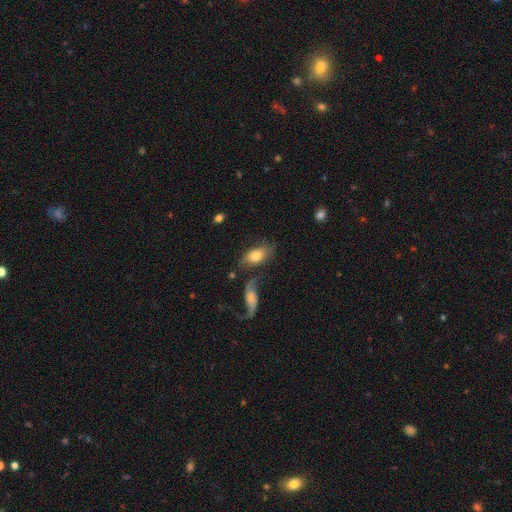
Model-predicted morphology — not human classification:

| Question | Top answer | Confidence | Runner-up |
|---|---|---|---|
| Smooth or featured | smooth | 67% | featured or disk (26%) |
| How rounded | in between | 88% | round (8%) |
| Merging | none | 49% | minor disturbance (22%) |